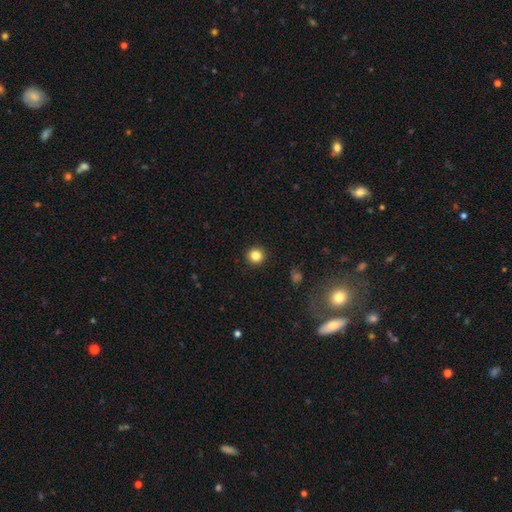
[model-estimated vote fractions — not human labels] A smooth galaxy with no disk features (84%) that is round (95%).

Vote fractions:
- Smooth or featured? smooth: 84% / star or artifact: 11% / featured or disk: 5%
- How rounded? round: 95% / in between: 4% / cigar-shaped: 1%
- Merging? none: 93% / minor disturbance: 4% / major disturbance: 2% / merger: 1%